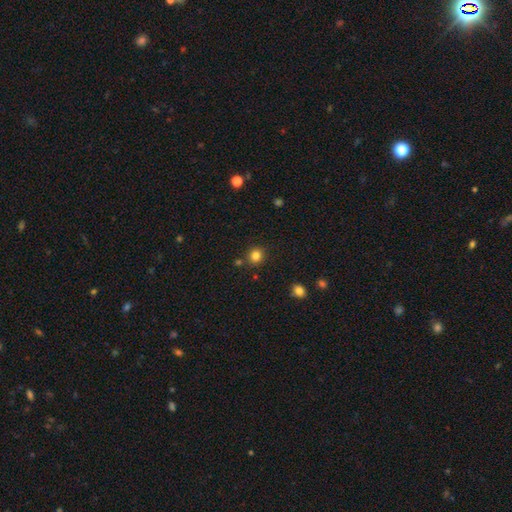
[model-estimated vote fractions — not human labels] This is clearly a smooth galaxy (82%). How rounded: clearly round (90%). Merging: clearly none (85%).